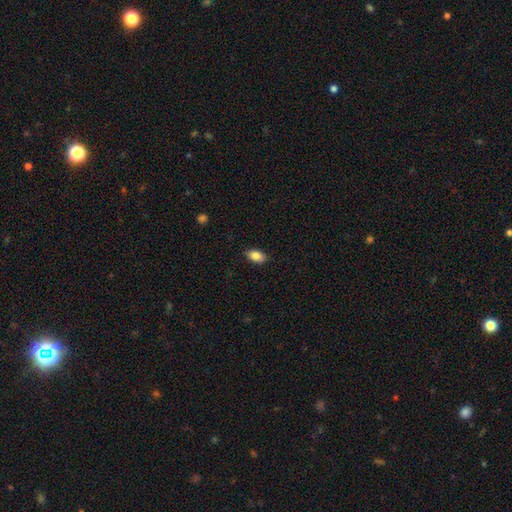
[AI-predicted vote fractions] Morphology: type=smooth (85%); roundness=in between (90%); merging=none (86%).